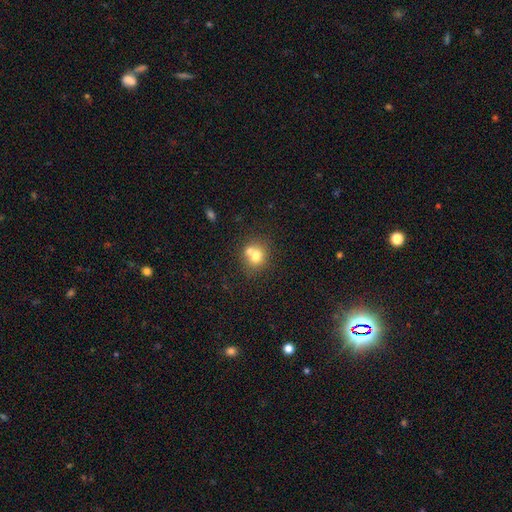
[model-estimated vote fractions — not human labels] Q: Smooth or featured?
A: smooth (69%); runner-up: featured or disk (19%)
Q: How rounded?
A: round (81%); runner-up: in between (18%)
Q: Merging?
A: none (46%); runner-up: merger (44%)